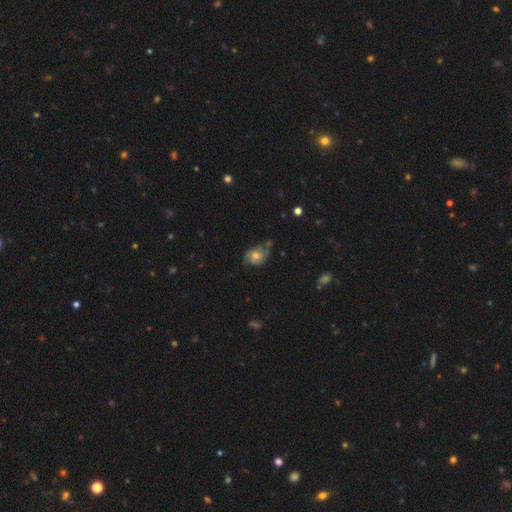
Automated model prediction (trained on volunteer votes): smooth-or-featured: featured or disk: 61% | smooth: 30% | star or artifact: 9%
  disk-edge-on: no: 96% | yes: 4%
    bar: no: 72% | weak: 24% | strong: 4%
    has-spiral-arms: yes: 86% | no: 14%
      spiral-winding: medium: 43% | tight: 41% | loose: 17%
      spiral-arm-count: 2: 60% | can't tell: 20% | 3: 11% | 1: 4% | 4: 3% | more than 4: 2%
    bulge-size: moderate: 63% | small: 21% | large: 11% | none: 3% | dominant: 1%
  merging: none: 60% | minor disturbance: 26% | major disturbance: 9% | merger: 5%